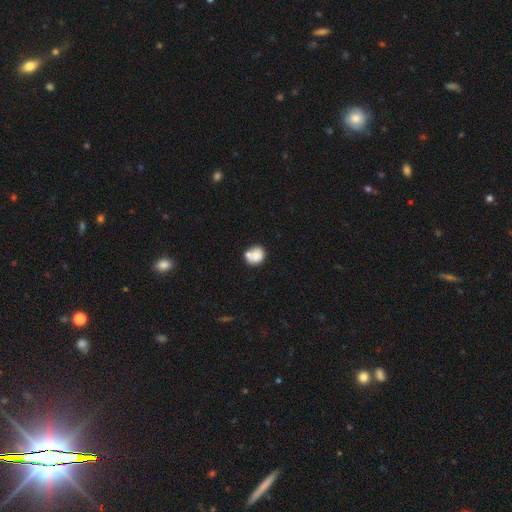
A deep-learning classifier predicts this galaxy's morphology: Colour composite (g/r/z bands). It shows a smooth galaxy with no disk features (80%) that is round (67%). Merging: none (46%).